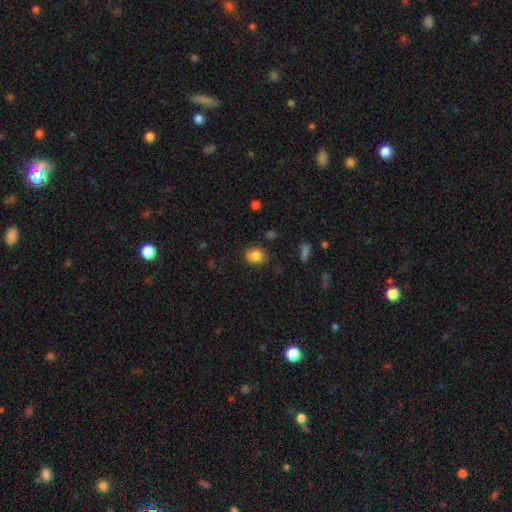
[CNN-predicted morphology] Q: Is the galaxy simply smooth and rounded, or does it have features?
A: smooth — 83%.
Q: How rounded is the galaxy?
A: round — 60%.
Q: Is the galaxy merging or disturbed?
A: none — 77%.